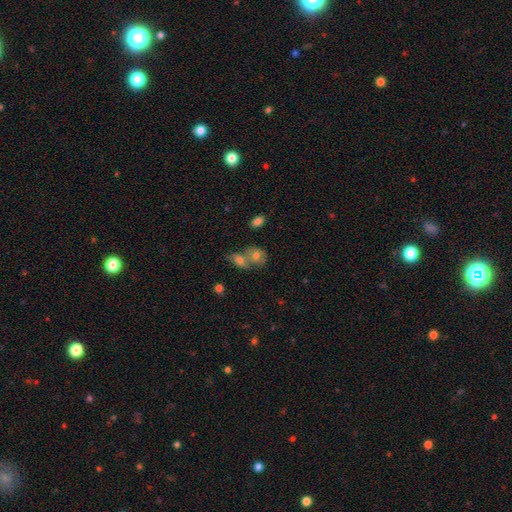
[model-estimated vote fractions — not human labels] Smooth or featured?
  - smooth: 68% *
  - featured or disk: 21%
  - star or artifact: 11%
How rounded?
  - in between: 52% *
  - round: 46%
  - cigar-shaped: 2%
Merging?
  - merger: 53% *
  - none: 32%
  - minor disturbance: 10%
  - major disturbance: 5%